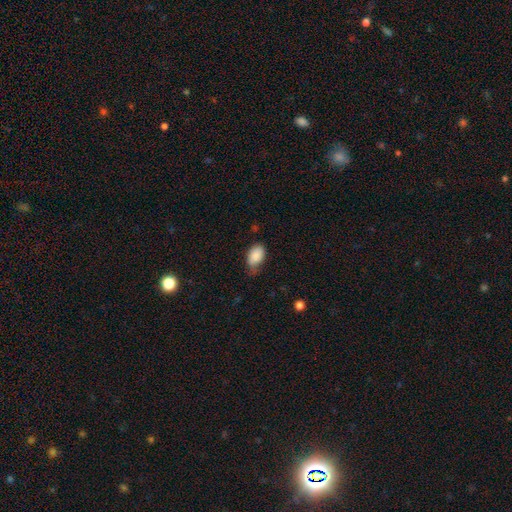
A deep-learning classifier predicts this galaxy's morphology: Smooth or featured: smooth — 87% (star or artifact — 7%)
How rounded: in between — 90% (round — 8%)
Merging: none — 49% (minor disturbance — 40%)